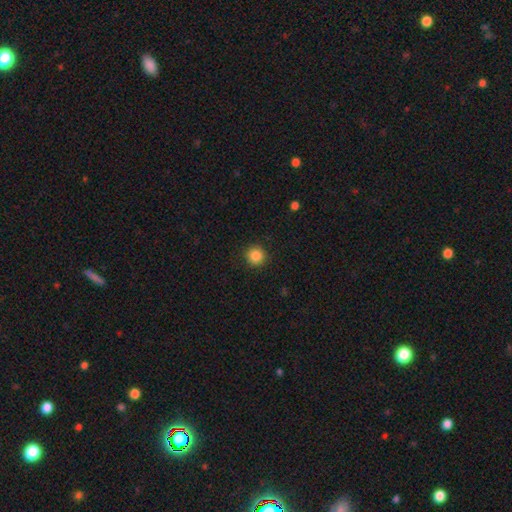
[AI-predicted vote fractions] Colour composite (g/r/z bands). It shows a smooth galaxy with no disk features (86%) that is round (94%). Merging: none (91%).